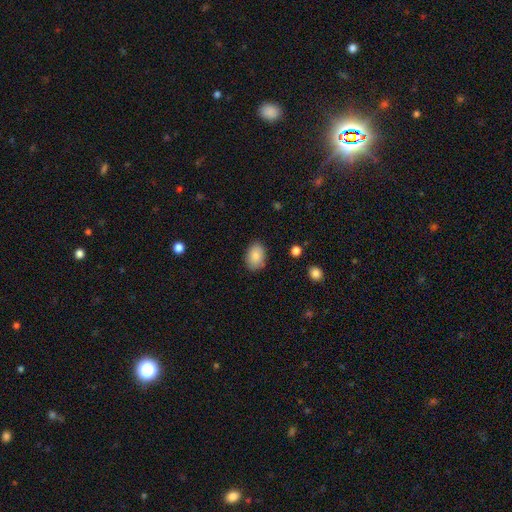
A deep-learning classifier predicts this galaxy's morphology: Smooth or featured? Predicted: smooth (p=0.85). How rounded? Predicted: in between (p=0.83). Merging? Predicted: none (p=0.85).